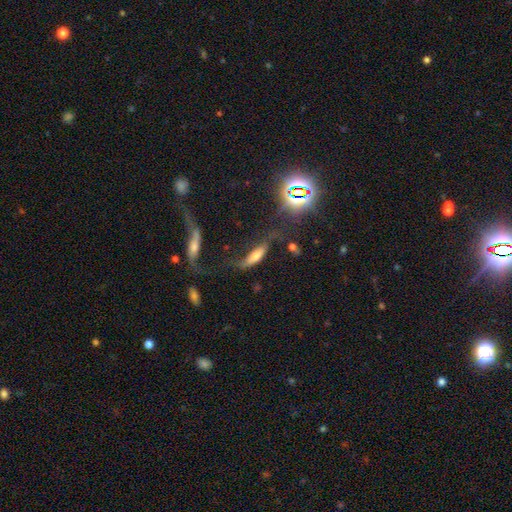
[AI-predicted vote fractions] This appears to be a smooth galaxy with no disk features (48%). Merging: none (34%).